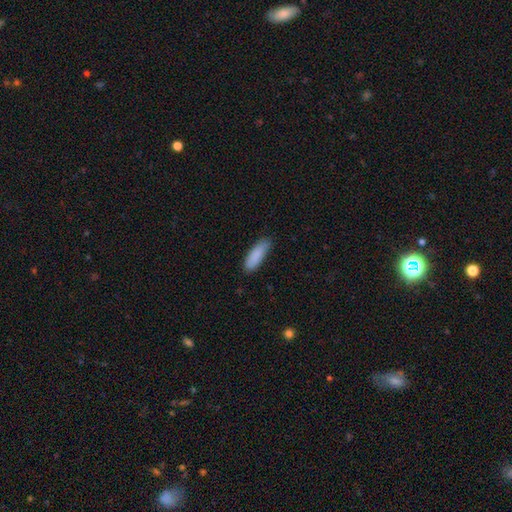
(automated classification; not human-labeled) This appears to be a smooth galaxy with no disk features (89%) that is in between round and cigar-shaped (55%). Merging: none (82%).